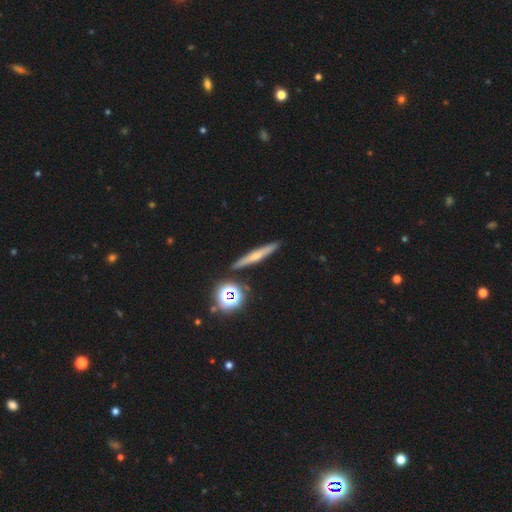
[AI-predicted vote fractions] This appears to be a featured or disk galaxy (44%). Merging: none (90%).